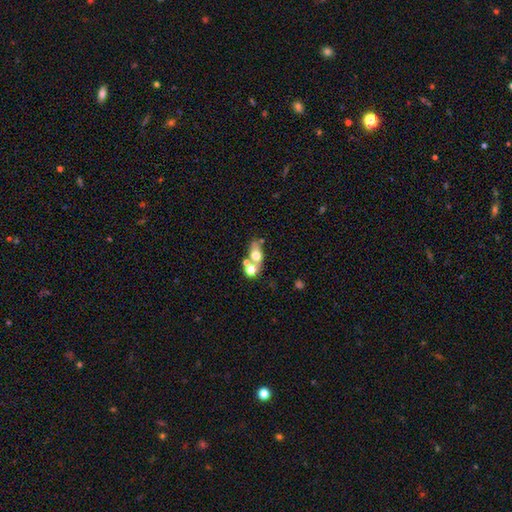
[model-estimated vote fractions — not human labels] smooth-or-featured: smooth: 57% | featured or disk: 31% | star or artifact: 12%
  how-rounded: in between: 64% | round: 27% | cigar-shaped: 9%
  merging: none: 46% | merger: 38% | minor disturbance: 11% | major disturbance: 5%